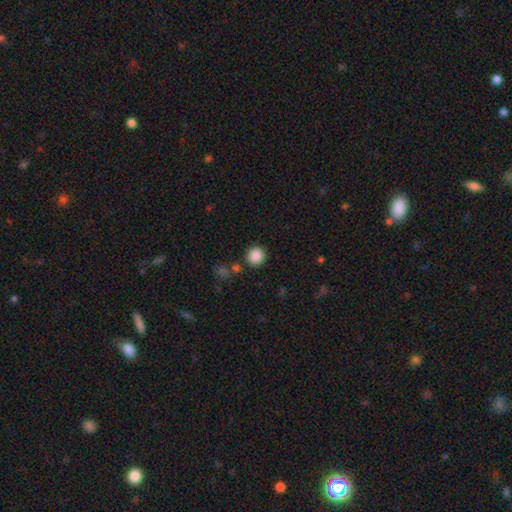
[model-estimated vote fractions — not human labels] A smooth galaxy with no disk features (87%) that is round (92%).

Vote fractions:
- Smooth or featured? smooth: 87% / star or artifact: 9% / featured or disk: 4%
- How rounded? round: 92% / in between: 7% / cigar-shaped: 1%
- Merging? none: 87% / minor disturbance: 7% / merger: 4% / major disturbance: 2%